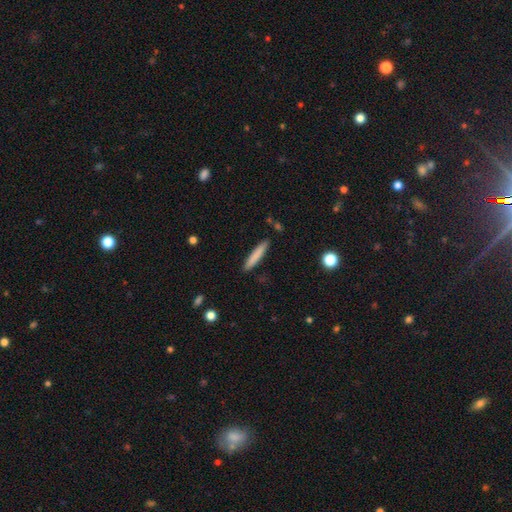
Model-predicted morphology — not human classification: Smooth or featured? Predicted: smooth (p=0.80). How rounded? Predicted: cigar-shaped (p=0.93). Merging? Predicted: none (p=0.89).